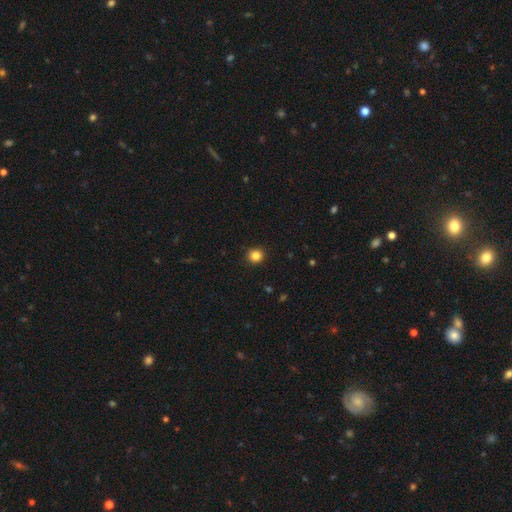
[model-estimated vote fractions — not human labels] Q: Smooth or featured?
A: smooth (84%); runner-up: star or artifact (12%)
Q: How rounded?
A: round (92%); runner-up: in between (7%)
Q: Merging?
A: none (92%); runner-up: minor disturbance (5%)